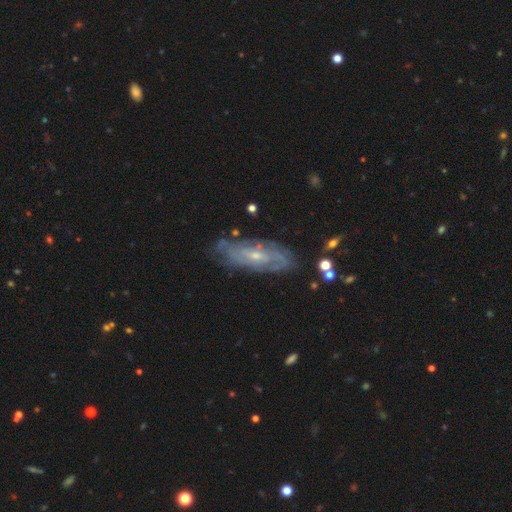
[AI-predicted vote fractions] This is likely a featured or disk galaxy (75%). It is clearly not viewed edge-on (83%). Bar: likely no (61%). Spiral arm pattern: likely yes (79%). Central bulge: likely small (72%). Merging: likely none (75%).